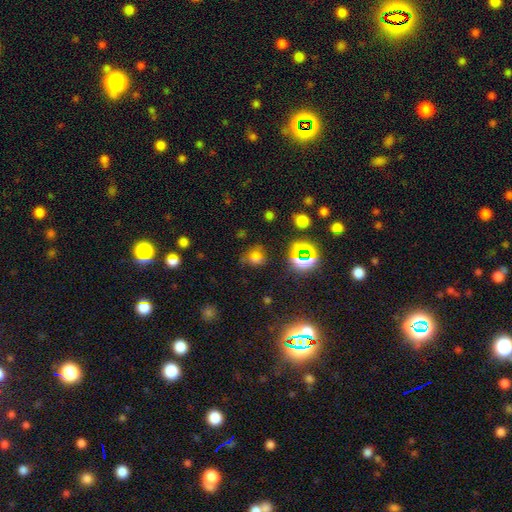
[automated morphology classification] The model was most divided on "smooth or featured": smooth: 46%, star or artifact: 43%, featured or disk: 11%. More confident: merging — none (60%).